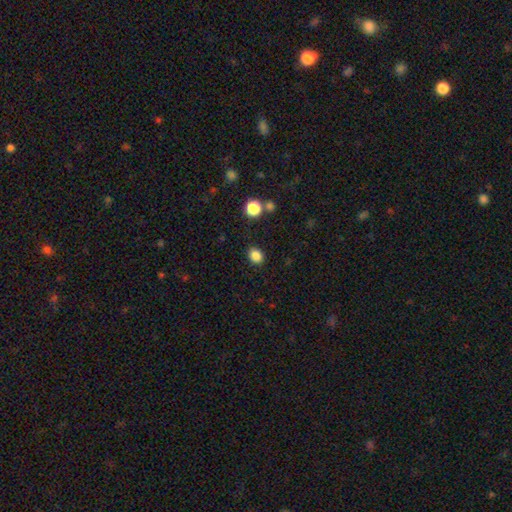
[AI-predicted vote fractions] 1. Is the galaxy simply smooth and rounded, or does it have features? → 85% smooth, 11% star or artifact, 4% featured or disk.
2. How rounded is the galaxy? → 52% round, 48% in between, 1% cigar-shaped.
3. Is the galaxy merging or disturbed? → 86% none, 9% minor disturbance, 3% major disturbance, 2% merger.